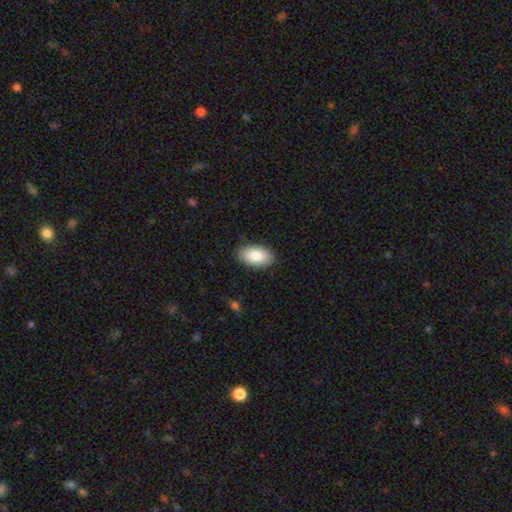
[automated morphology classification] Q: Smooth or featured?
A: smooth (86%); runner-up: featured or disk (8%)
Q: How rounded?
A: in between (95%); runner-up: round (3%)
Q: Merging?
A: none (87%); runner-up: minor disturbance (10%)